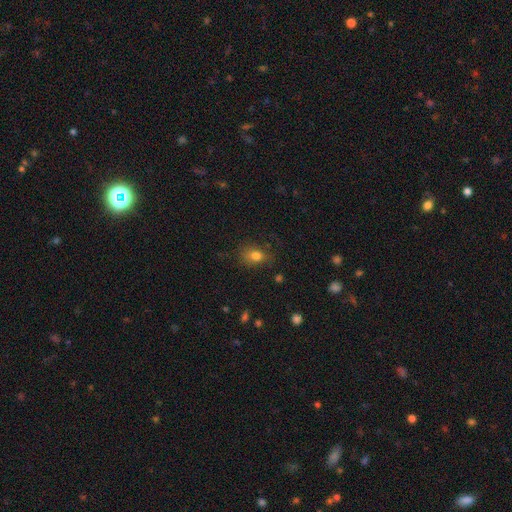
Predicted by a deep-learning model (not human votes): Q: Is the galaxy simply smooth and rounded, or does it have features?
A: smooth — 79%.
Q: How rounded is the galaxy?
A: in between — 60%.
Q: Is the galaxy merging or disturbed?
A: none — 71%.